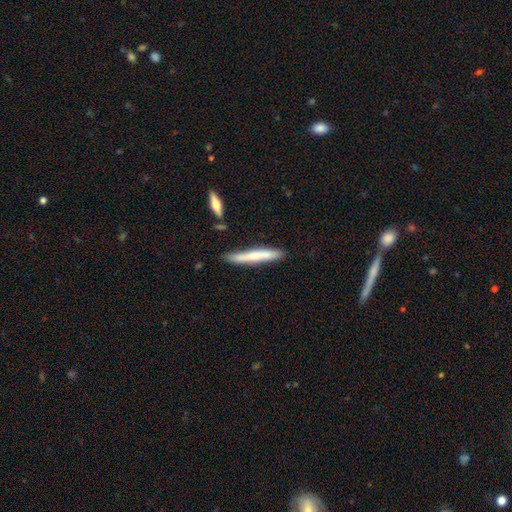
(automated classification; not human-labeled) Smooth or featured? Predicted: smooth (p=0.62). How rounded? Predicted: cigar-shaped (p=0.95). Merging? Predicted: none (p=0.80).